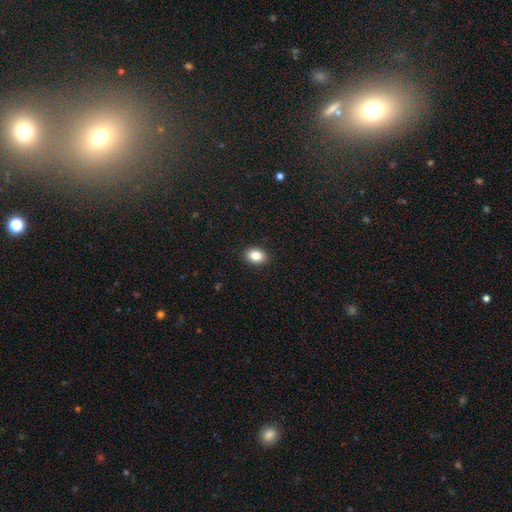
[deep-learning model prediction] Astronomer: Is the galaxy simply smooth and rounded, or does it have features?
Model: smooth — 86%.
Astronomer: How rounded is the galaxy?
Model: in between — 73%.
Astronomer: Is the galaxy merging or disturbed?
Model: none — 91%.